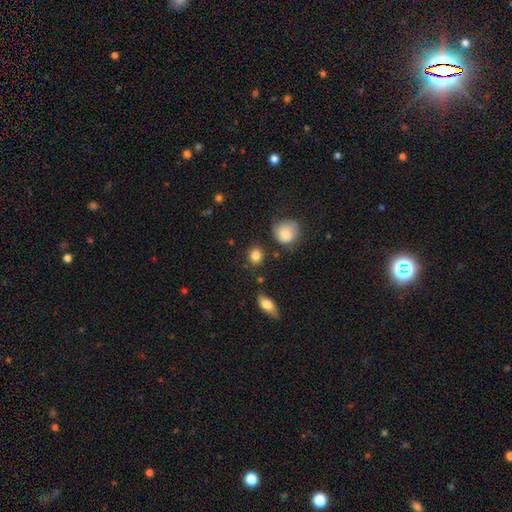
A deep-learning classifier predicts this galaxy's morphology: A smooth galaxy with no disk features (85%) that is round (78%).

Vote fractions:
- Smooth or featured? smooth: 85% / star or artifact: 9% / featured or disk: 5%
- How rounded? round: 78% / in between: 21% / cigar-shaped: 1%
- Merging? none: 81% / minor disturbance: 11% / merger: 4% / major disturbance: 3%